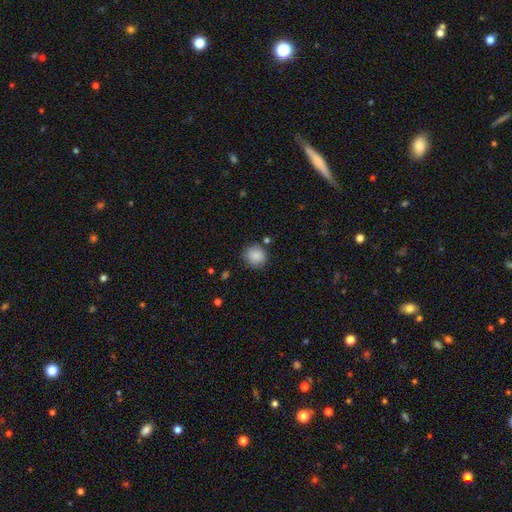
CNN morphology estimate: smooth_or_featured: smooth (p=0.87) [alt: star or artifact p=0.08]
how_rounded: round (p=0.91) [alt: in between p=0.08]
merging: none (p=0.83) [alt: minor disturbance p=0.11]